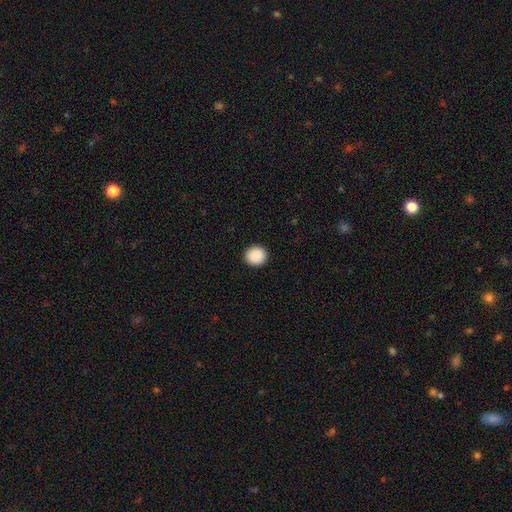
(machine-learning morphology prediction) Smooth or featured?
  - smooth: 90% *
  - star or artifact: 8%
  - featured or disk: 2%
How rounded?
  - round: 92% *
  - in between: 7%
  - cigar-shaped: 1%
Merging?
  - none: 93% *
  - minor disturbance: 5%
  - major disturbance: 2%
  - merger: 1%